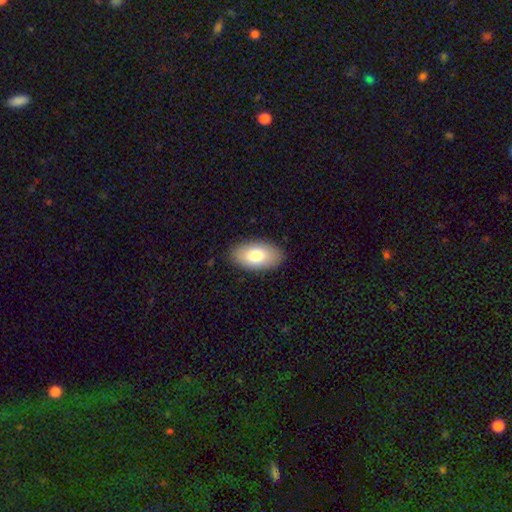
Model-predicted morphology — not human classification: smooth 79%, featured or disk 14%, star or artifact 7%. Down the decision tree: how rounded — in between (95%); merging — none (88%).